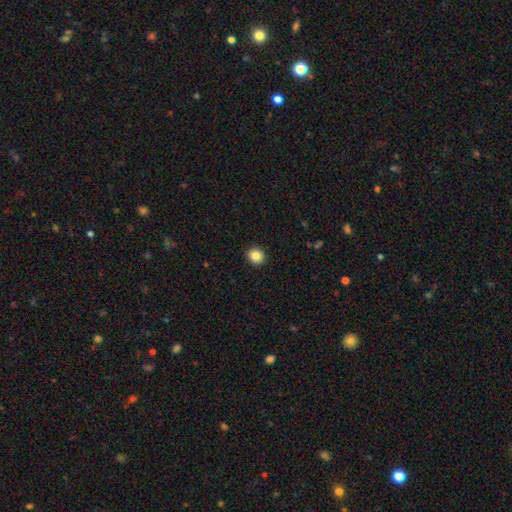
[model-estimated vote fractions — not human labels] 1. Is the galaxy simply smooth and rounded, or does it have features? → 85% smooth, 10% star or artifact, 5% featured or disk.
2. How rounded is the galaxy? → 75% round, 24% in between, 1% cigar-shaped.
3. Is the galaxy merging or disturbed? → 92% none, 5% minor disturbance, 2% major disturbance, 1% merger.